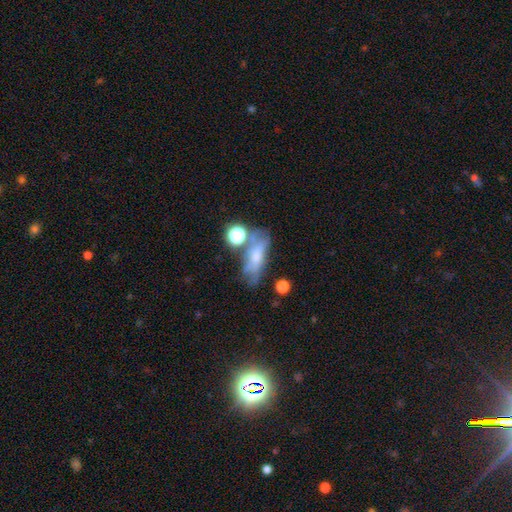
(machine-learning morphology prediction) Q: Smooth or featured?
A: smooth (51%); runner-up: featured or disk (36%)
Q: How rounded?
A: in between (67%); runner-up: cigar-shaped (23%)
Q: Merging?
A: none (42%); runner-up: minor disturbance (23%)